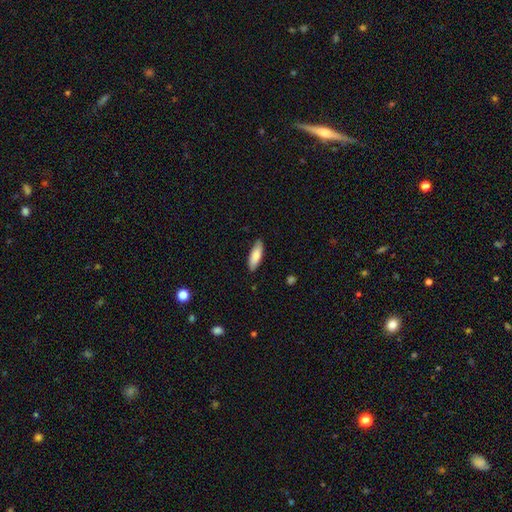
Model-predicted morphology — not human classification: Smooth or featured? smooth (84%)
How rounded? in between (60%)
Merging? none (86%)